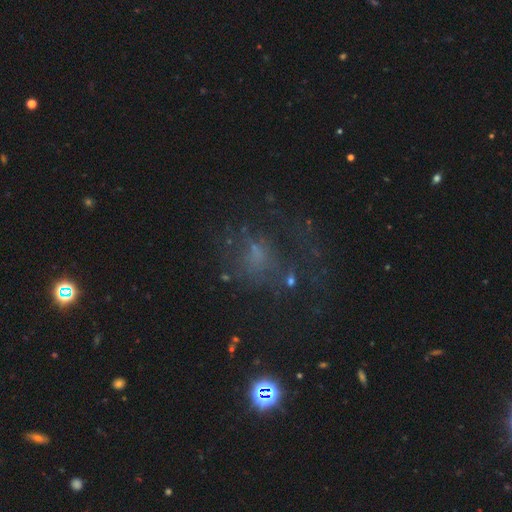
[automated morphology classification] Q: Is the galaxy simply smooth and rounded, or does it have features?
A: smooth — 36%.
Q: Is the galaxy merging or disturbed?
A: none — 40%.